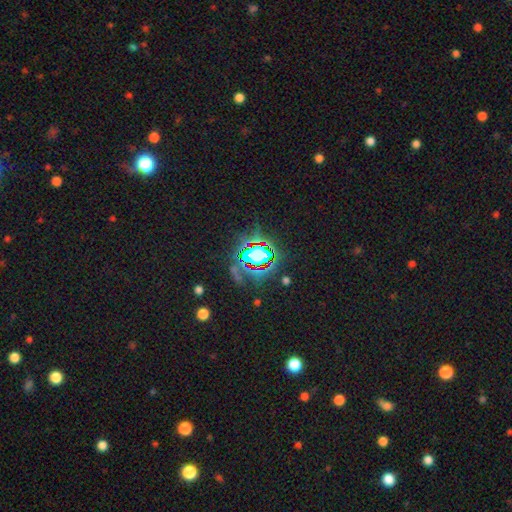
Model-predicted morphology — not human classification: A star or artifact, not a galaxy (82%).

Vote fractions:
- Smooth or featured? star or artifact: 82% / smooth: 10% / featured or disk: 7%